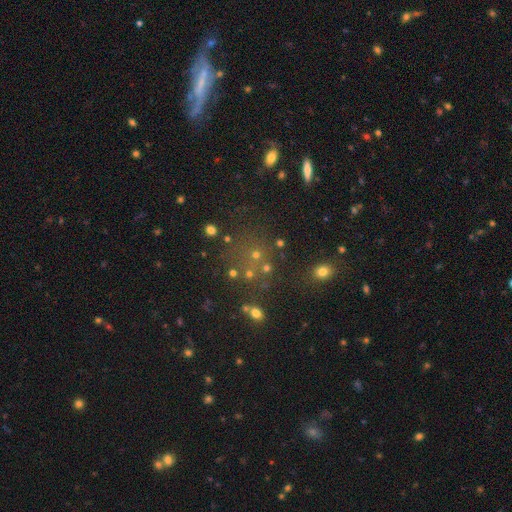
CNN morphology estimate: This is possibly a smooth galaxy (48%). Merging: likely none (67%).